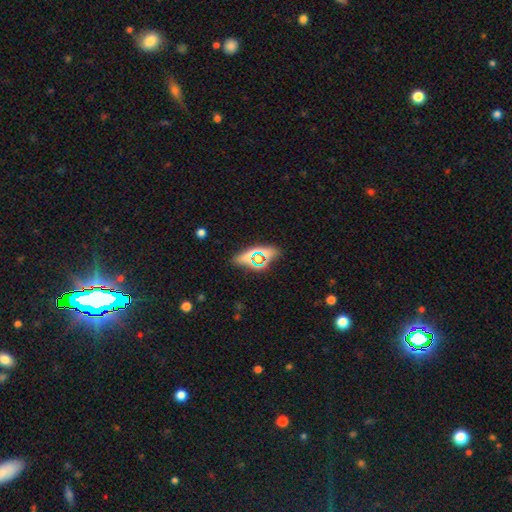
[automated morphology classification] Overall: smooth (55%; star or artifact 29%). How rounded: in between (70%). Merging: none (78%).